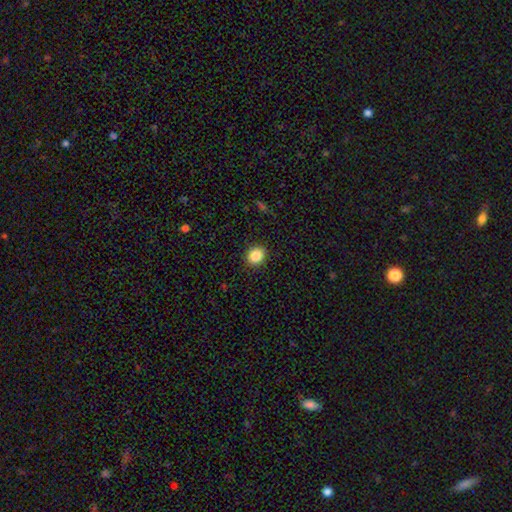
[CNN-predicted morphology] A smooth galaxy with no disk features (86%) that is round (71%). Merging: none (90%).